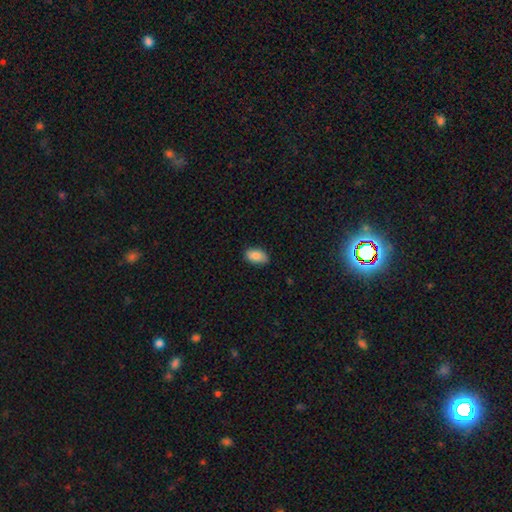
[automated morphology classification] Smooth or featured?
  - smooth: 87% *
  - star or artifact: 7%
  - featured or disk: 6%
How rounded?
  - in between: 91% *
  - round: 7%
  - cigar-shaped: 2%
Merging?
  - none: 83% *
  - minor disturbance: 14%
  - major disturbance: 2%
  - merger: 1%